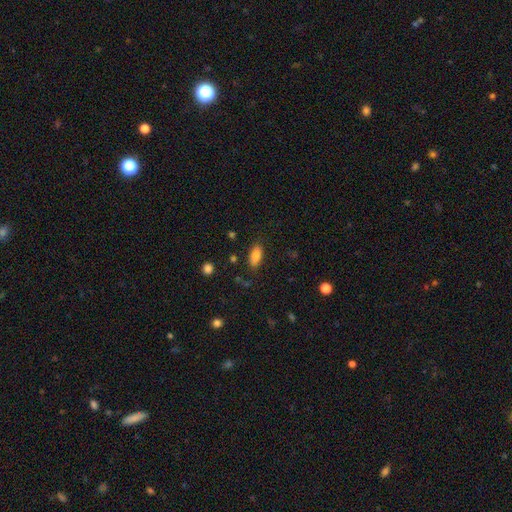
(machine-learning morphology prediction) Smooth or featured: smooth — 84% (star or artifact — 8%)
How rounded: in between — 88% (cigar-shaped — 9%)
Merging: none — 83% (minor disturbance — 12%)